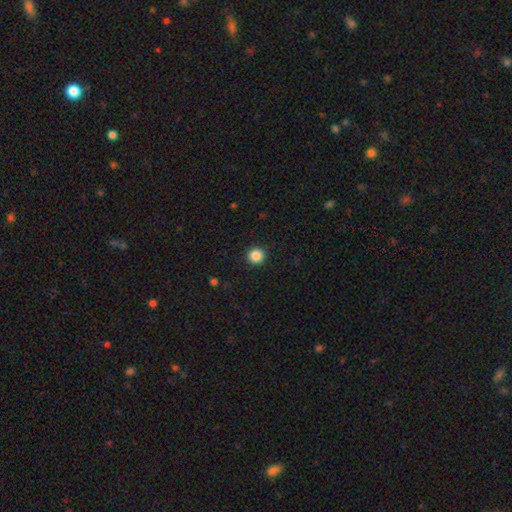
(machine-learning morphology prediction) Smooth or featured? Predicted: smooth (p=0.87). How rounded? Predicted: round (p=0.94). Merging? Predicted: none (p=0.93).